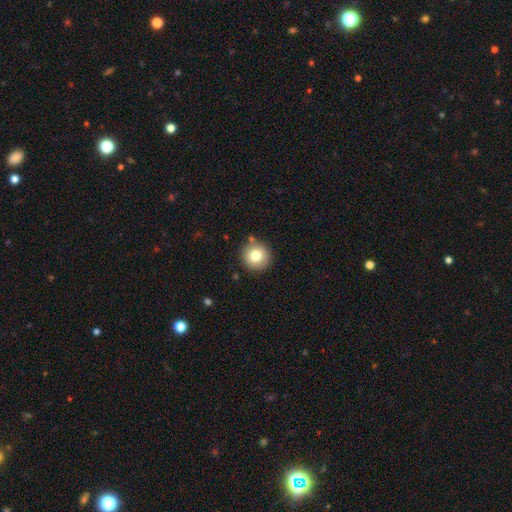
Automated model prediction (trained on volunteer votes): Overall: smooth (78%). How rounded: round (94%). Merging: none (85%).